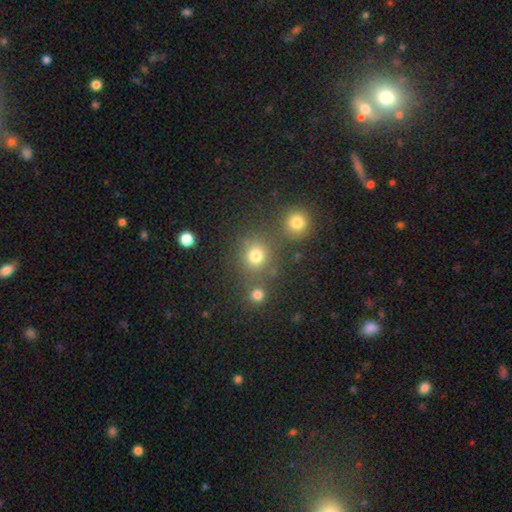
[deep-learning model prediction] This is likely a smooth galaxy (77%). How rounded: clearly round (87%). Merging: likely none (69%).